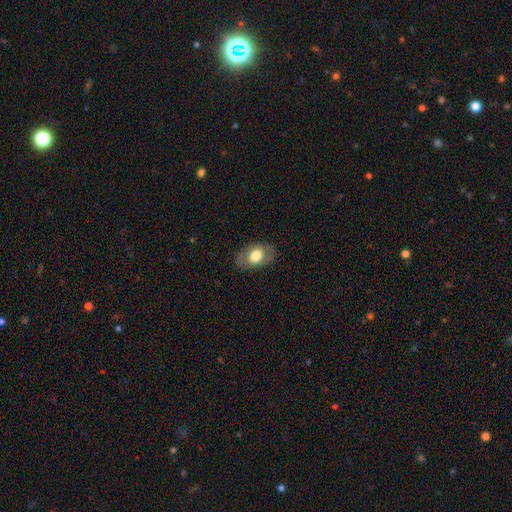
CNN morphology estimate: This appears to be a smooth galaxy with no disk features (66%) that is in between round and cigar-shaped (83%). Merging: none (81%).